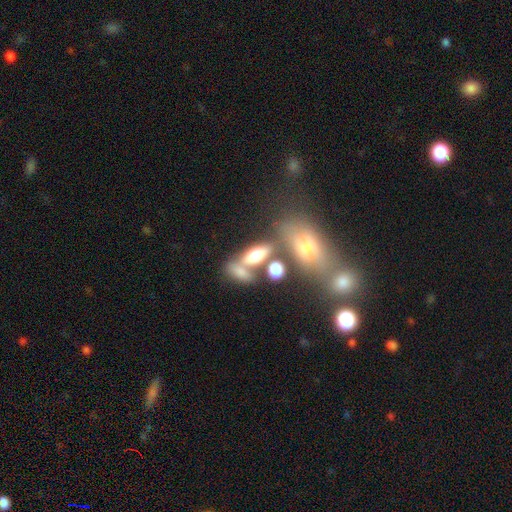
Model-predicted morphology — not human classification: A smooth galaxy with no disk features (63%) that is in between round and cigar-shaped (70%).

Vote fractions:
- Smooth or featured? smooth: 63% / featured or disk: 27% / star or artifact: 11%
- How rounded? in between: 70% / cigar-shaped: 23% / round: 6%
- Merging? merger: 42% / none: 35% / minor disturbance: 13% / major disturbance: 10%